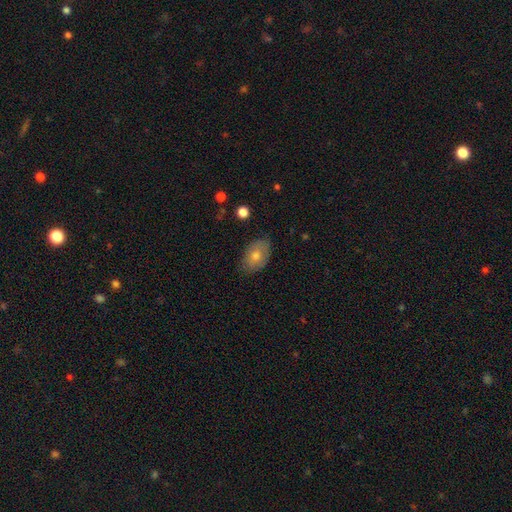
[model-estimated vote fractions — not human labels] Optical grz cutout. It shows a smooth galaxy with no disk features (66%) that is in between round and cigar-shaped (87%). Merging: none (81%).